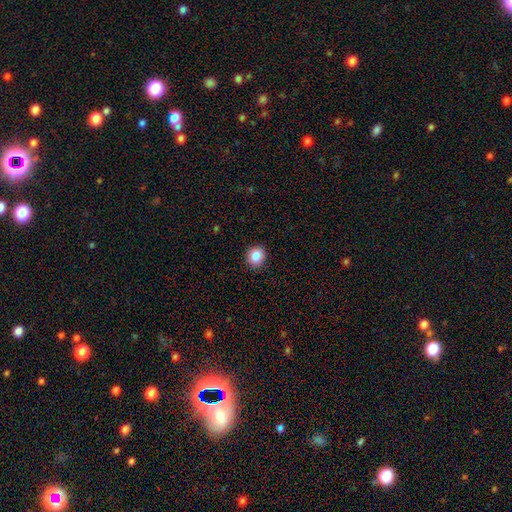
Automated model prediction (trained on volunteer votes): Smooth or featured? Predicted: smooth (p=0.86). How rounded? Predicted: round (p=0.86). Merging? Predicted: none (p=0.92).